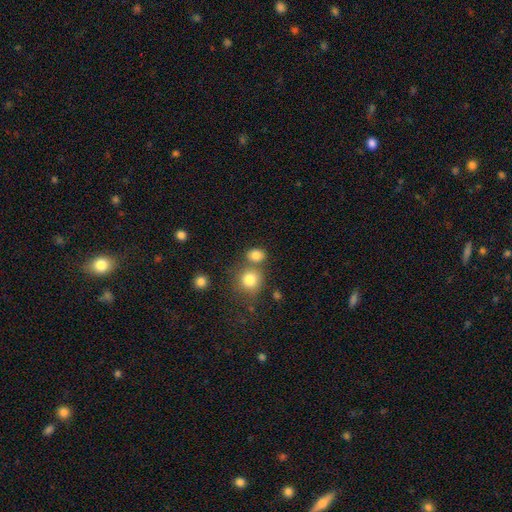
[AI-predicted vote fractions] smooth-or-featured: smooth: 81% | star or artifact: 12% | featured or disk: 7%
  how-rounded: round: 60% | in between: 39% | cigar-shaped: 1%
  merging: none: 59% | merger: 27% | minor disturbance: 10% | major disturbance: 4%